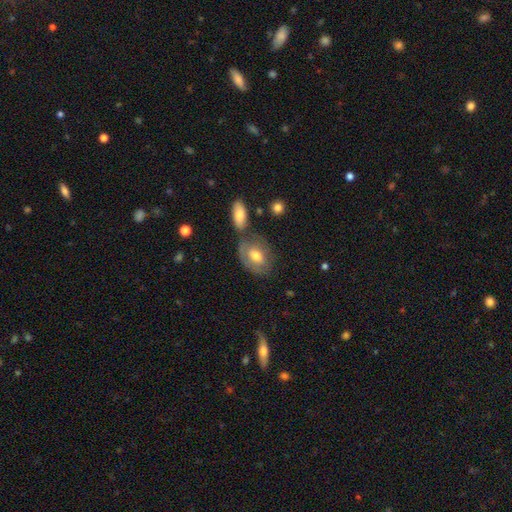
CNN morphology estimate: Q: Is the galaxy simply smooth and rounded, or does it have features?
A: smooth — 59%.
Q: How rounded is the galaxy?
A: in between — 75%.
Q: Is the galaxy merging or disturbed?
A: none — 52%.